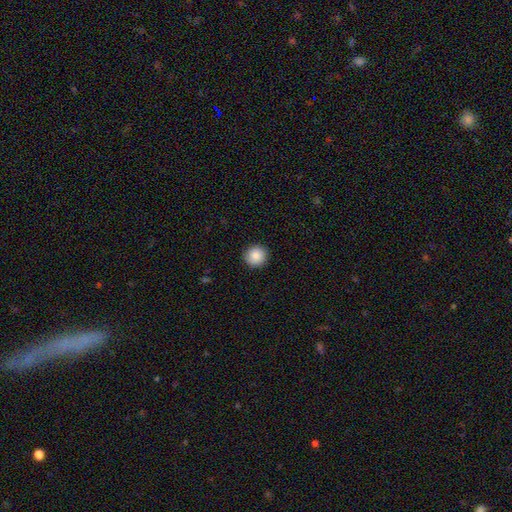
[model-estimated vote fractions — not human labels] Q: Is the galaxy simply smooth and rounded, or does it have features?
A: smooth — 88%.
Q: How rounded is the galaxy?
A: round — 94%.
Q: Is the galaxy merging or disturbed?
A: none — 91%.